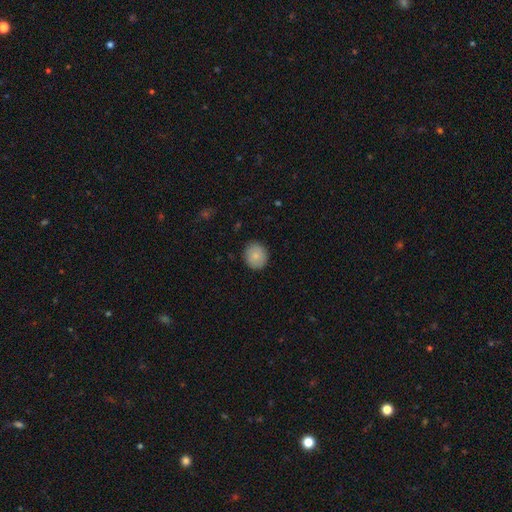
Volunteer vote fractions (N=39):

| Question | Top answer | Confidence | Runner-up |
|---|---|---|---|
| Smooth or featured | smooth | 87% | star or artifact (8%) |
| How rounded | round | 79% | in between (21%) |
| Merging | none | 89% | minor disturbance (8%) |